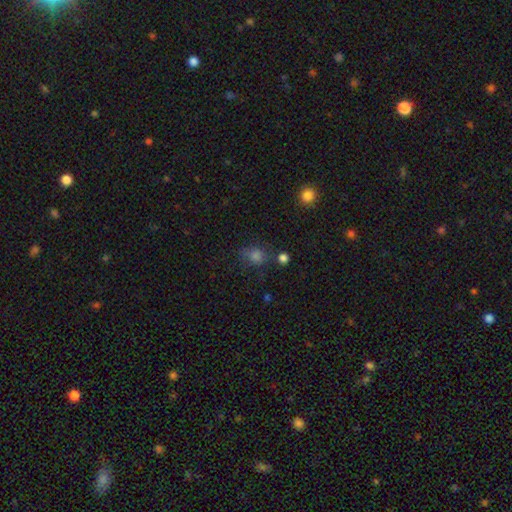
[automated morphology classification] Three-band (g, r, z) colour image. It shows a smooth galaxy with no disk features (69%) that is round (66%). Merging: none (63%).